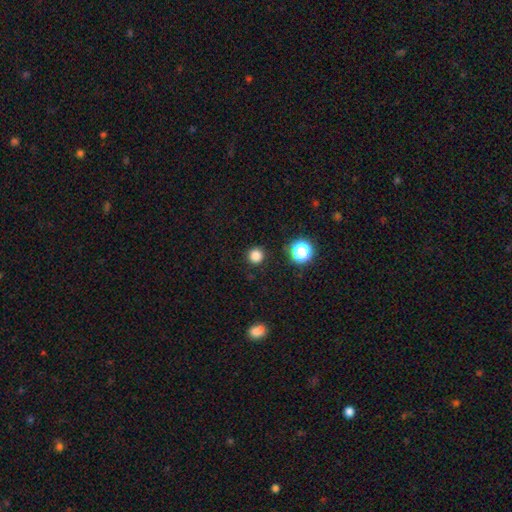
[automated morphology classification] The model was most divided on "smooth or featured": smooth: 82%, star or artifact: 15%, featured or disk: 3%. More confident: how rounded — round (95%); merging — none (91%).